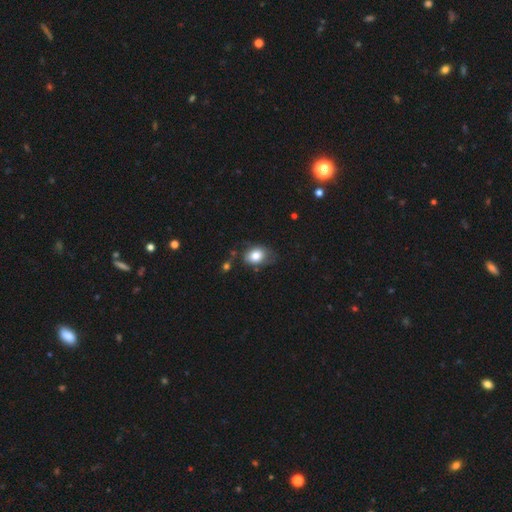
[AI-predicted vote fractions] Smooth or featured?
  - smooth: 80% *
  - featured or disk: 12%
  - star or artifact: 8%
How rounded?
  - in between: 67% *
  - round: 32%
  - cigar-shaped: 1%
Merging?
  - none: 58% *
  - minor disturbance: 28%
  - major disturbance: 10%
  - merger: 5%